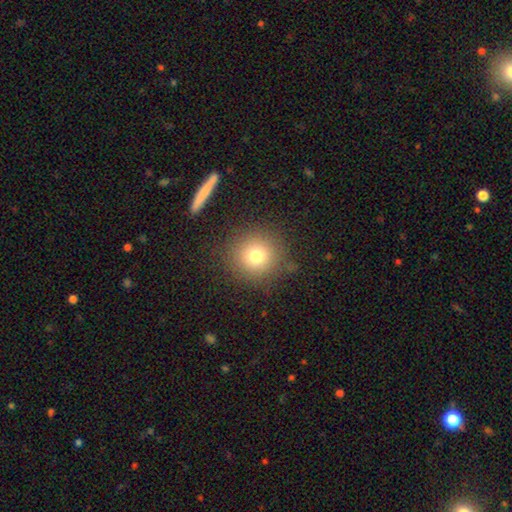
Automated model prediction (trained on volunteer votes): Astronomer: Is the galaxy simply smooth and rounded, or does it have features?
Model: smooth — 76%.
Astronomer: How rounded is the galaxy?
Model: round — 94%.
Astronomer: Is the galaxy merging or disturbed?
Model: none — 86%.